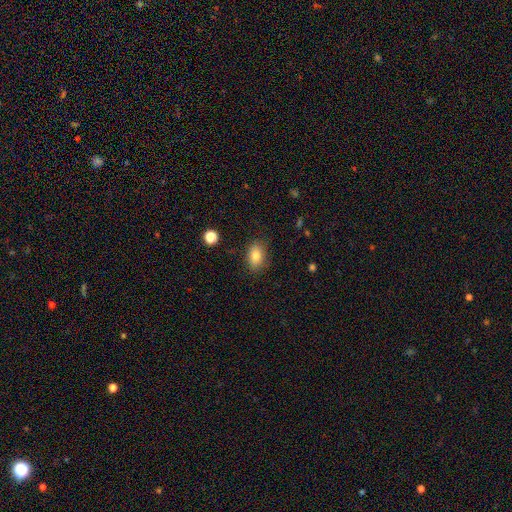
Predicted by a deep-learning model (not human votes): Smooth or featured?
  - smooth: 81% *
  - featured or disk: 10%
  - star or artifact: 9%
How rounded?
  - in between: 84% *
  - round: 14%
  - cigar-shaped: 2%
Merging?
  - none: 83% *
  - minor disturbance: 12%
  - major disturbance: 3%
  - merger: 1%